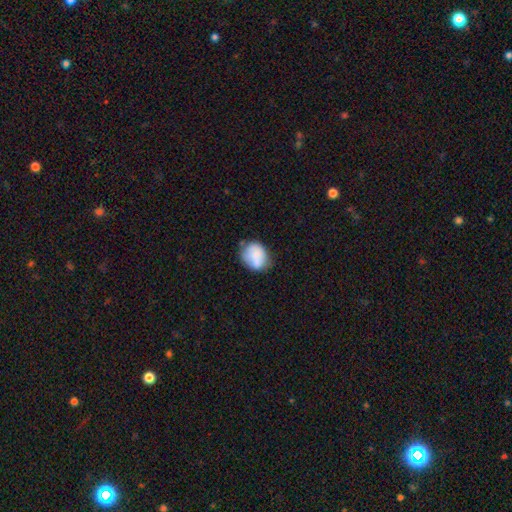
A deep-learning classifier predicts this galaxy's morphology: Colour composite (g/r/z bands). It shows a smooth galaxy with no disk features (76%) that is round (61%). Merging: none (55%).